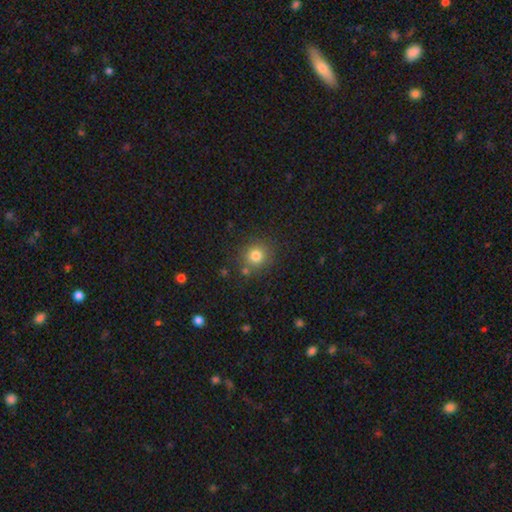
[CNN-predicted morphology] Smooth or featured? Predicted: smooth (p=0.80). How rounded? Predicted: round (p=0.88). Merging? Predicted: none (p=0.81).